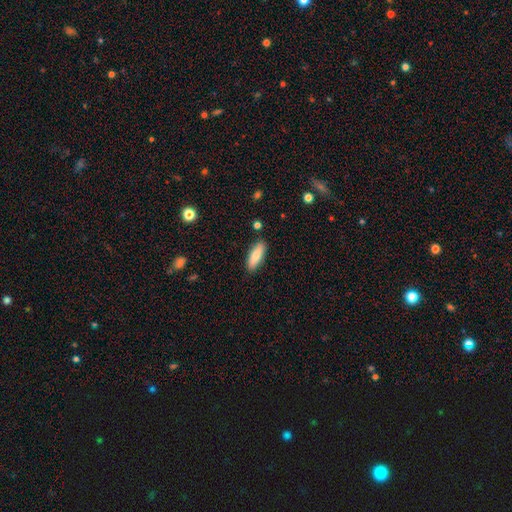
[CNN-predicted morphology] Smooth or featured?
  - smooth: 77% *
  - featured or disk: 17%
  - star or artifact: 6%
How rounded?
  - in between: 64% *
  - cigar-shaped: 34%
  - round: 2%
Merging?
  - none: 86% *
  - minor disturbance: 10%
  - merger: 2%
  - major disturbance: 2%